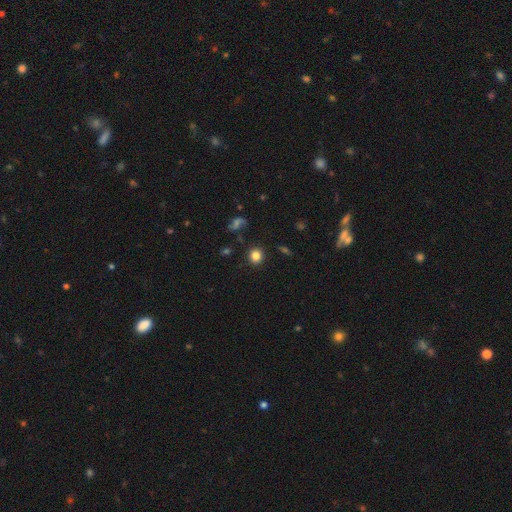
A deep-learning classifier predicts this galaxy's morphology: This appears to be a smooth galaxy with no disk features (82%) that is round (88%). Merging: none (88%).